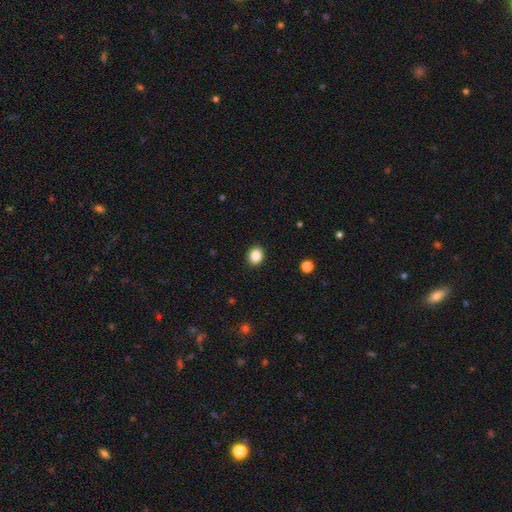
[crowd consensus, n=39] A smooth galaxy with no disk features (87%) that is round (85%).

Vote fractions:
- Smooth or featured? smooth: 87% / star or artifact: 13% / featured or disk: 0%
- How rounded? round: 85% / in between: 15% / cigar-shaped: 0%
- Merging? none: 94% / minor disturbance: 6% / major disturbance: 0% / merger: 0%